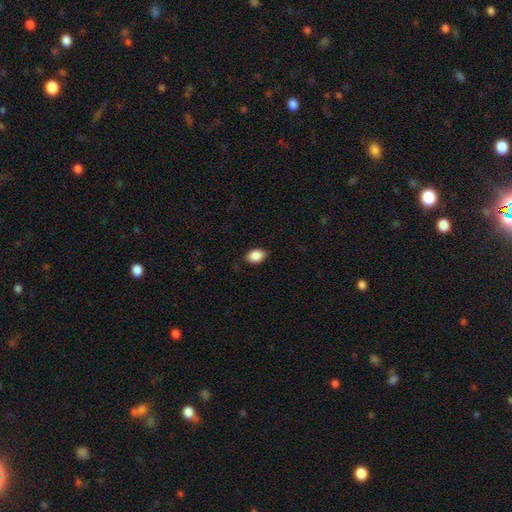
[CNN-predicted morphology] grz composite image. It shows a smooth galaxy with no disk features (88%) that is in between round and cigar-shaped (86%). Merging: none (86%).